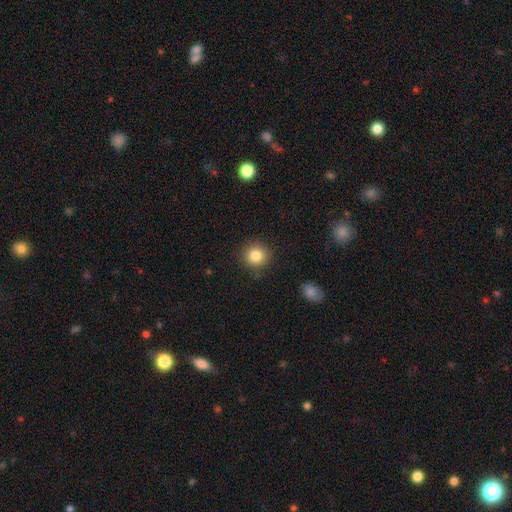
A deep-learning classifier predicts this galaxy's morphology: smooth 84%, star or artifact 10%, featured or disk 5%. Down the decision tree: how rounded — round (90%); merging — none (88%).